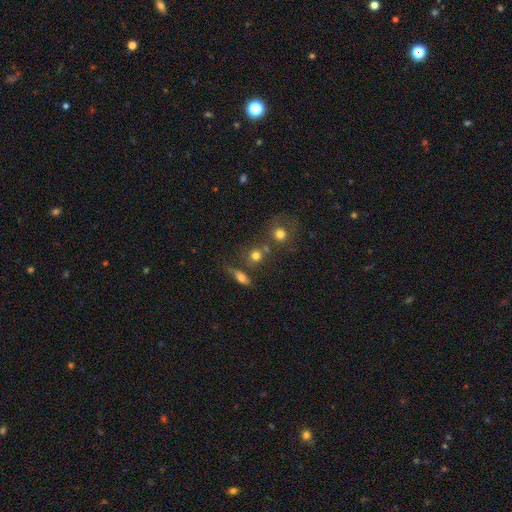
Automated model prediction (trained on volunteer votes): smooth-or-featured: smooth: 73% | star or artifact: 15% | featured or disk: 12%
  how-rounded: round: 78% | in between: 18% | cigar-shaped: 4%
  merging: none: 61% | merger: 22% | minor disturbance: 11% | major disturbance: 6%